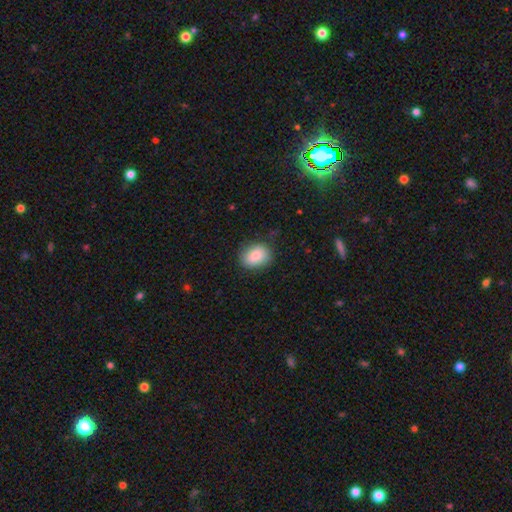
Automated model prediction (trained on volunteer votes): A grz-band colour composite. It shows a smooth galaxy with no disk features (87%) that is in between round and cigar-shaped (59%). Merging: none (82%).